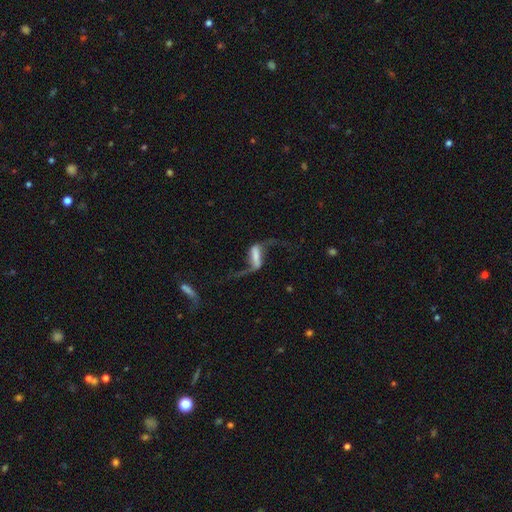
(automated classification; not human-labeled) Smooth or featured: featured or disk — 81% (smooth — 12%)
Edge-on disk: no — 91% (yes — 9%)
Bar: strong — 61% (weak — 26%)
Spiral arms: yes — 91% (no — 9%)
Spiral winding: loose — 93% (medium — 5%)
Spiral arm count: 2 — 91% (1 — 5%)
Bulge size: none — 41% (small — 23%)
Merging: none — 52% (major disturbance — 28%)